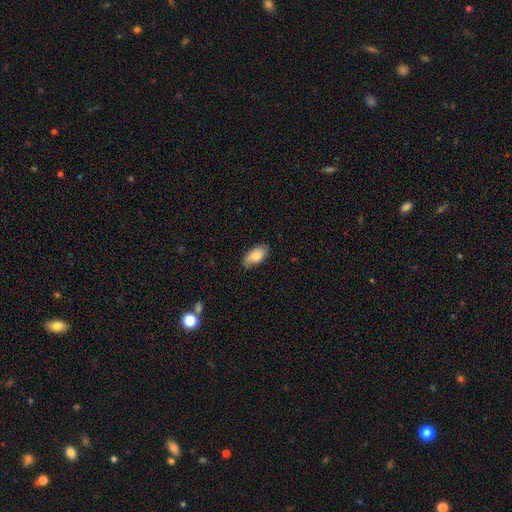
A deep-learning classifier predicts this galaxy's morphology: Smooth or featured?
  - smooth: 80% *
  - featured or disk: 13%
  - star or artifact: 7%
How rounded?
  - in between: 93% *
  - cigar-shaped: 4%
  - round: 3%
Merging?
  - none: 80% *
  - minor disturbance: 16%
  - major disturbance: 3%
  - merger: 1%